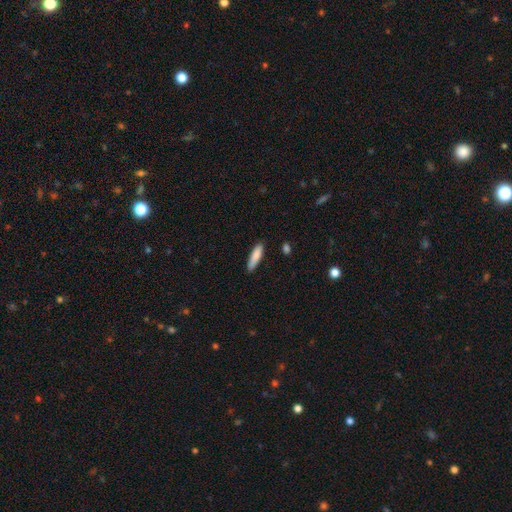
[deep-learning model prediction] Smooth or featured?
  - smooth: 85% *
  - featured or disk: 9%
  - star or artifact: 6%
How rounded?
  - cigar-shaped: 70% *
  - in between: 28%
  - round: 1%
Merging?
  - none: 83% *
  - minor disturbance: 13%
  - major disturbance: 2%
  - merger: 2%